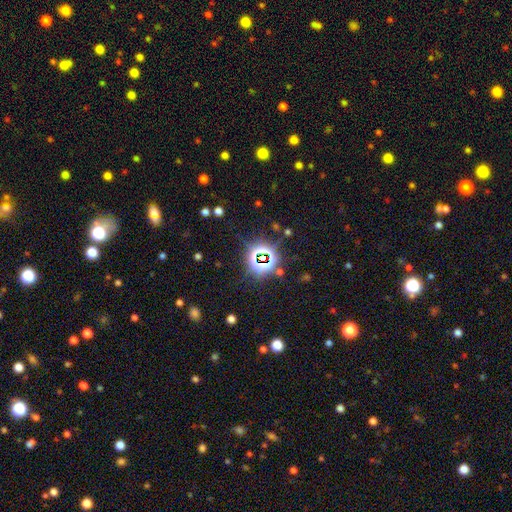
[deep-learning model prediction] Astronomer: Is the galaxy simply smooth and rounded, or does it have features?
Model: star or artifact — 78%.